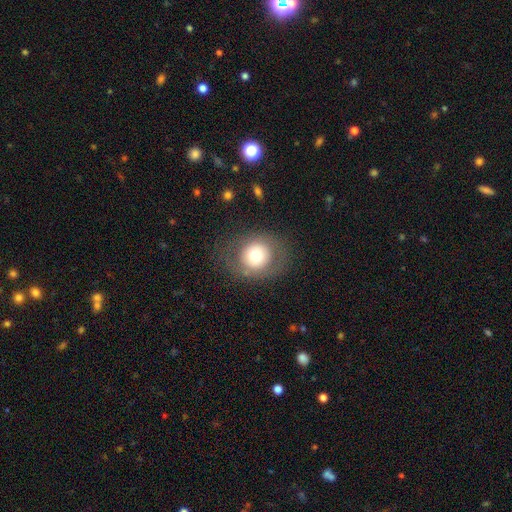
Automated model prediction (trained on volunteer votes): Morphology: type=smooth (64%); roundness=round (71%); merging=none (77%).